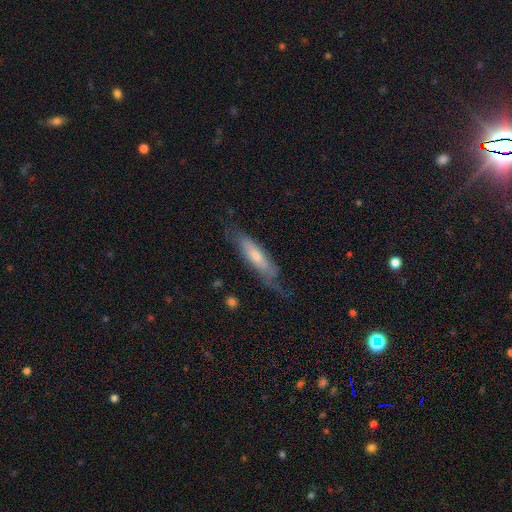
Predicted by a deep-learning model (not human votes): A featured or disk galaxy (56%).

Vote fractions:
- Smooth or featured? featured or disk: 56% / smooth: 38% / star or artifact: 6%
- Edge-on disk? no: 53% / yes: 47%
- Merging? none: 60% / minor disturbance: 24% / major disturbance: 15% / merger: 2%